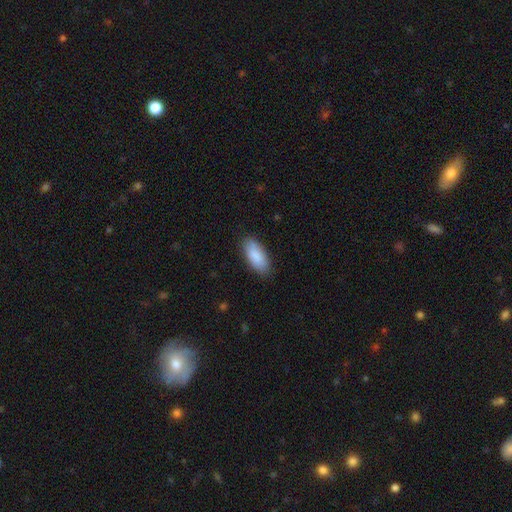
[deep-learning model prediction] Smooth or featured: smooth — 89% (featured or disk — 6%)
How rounded: in between — 88% (cigar-shaped — 10%)
Merging: none — 86% (minor disturbance — 11%)